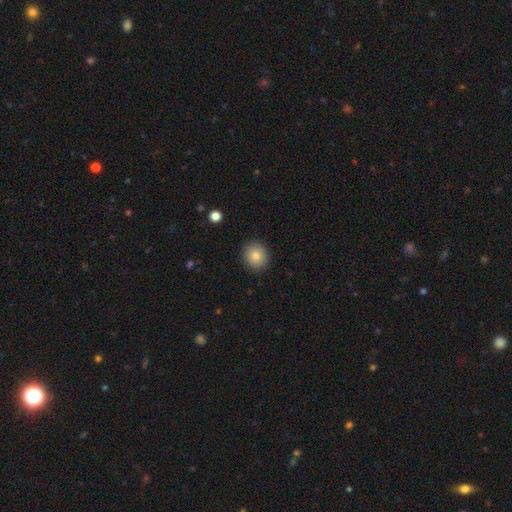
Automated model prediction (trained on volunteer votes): The model was most divided on "how rounded": round: 82%, in between: 17%, cigar-shaped: 1%. More confident: merging — none (90%); smooth or featured — smooth (81%).